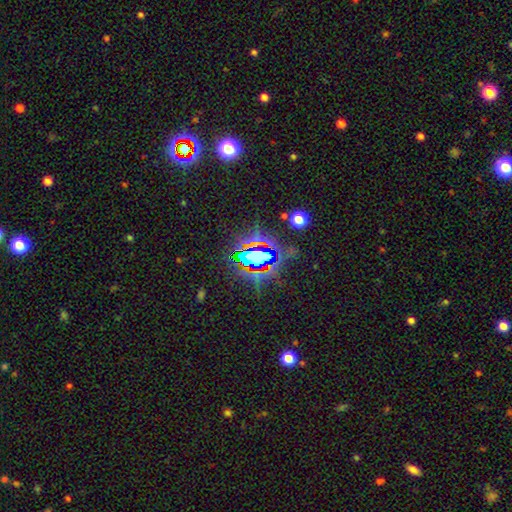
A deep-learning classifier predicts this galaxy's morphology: A star or artifact, not a galaxy (75%).

Vote fractions:
- Smooth or featured? star or artifact: 75% / smooth: 14% / featured or disk: 11%